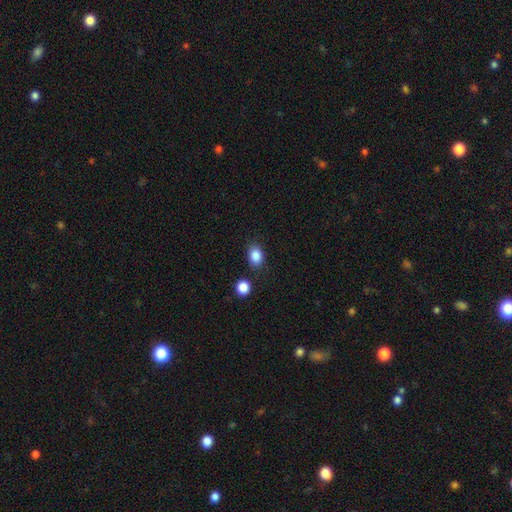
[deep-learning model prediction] A smooth galaxy with no disk features (86%) that is in between round and cigar-shaped (69%).

Vote fractions:
- Smooth or featured? smooth: 86% / star or artifact: 9% / featured or disk: 4%
- How rounded? in between: 69% / round: 30% / cigar-shaped: 1%
- Merging? none: 78% / minor disturbance: 13% / merger: 6% / major disturbance: 3%